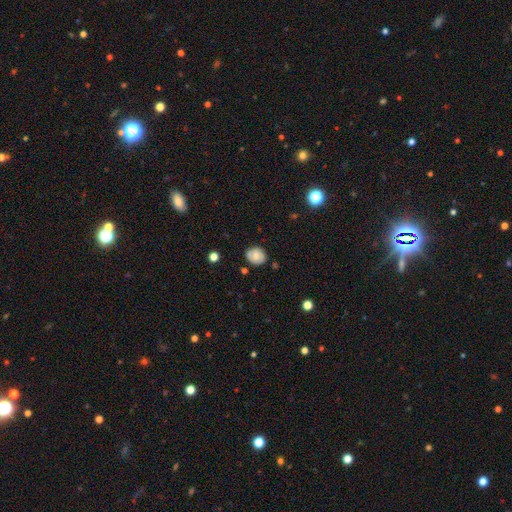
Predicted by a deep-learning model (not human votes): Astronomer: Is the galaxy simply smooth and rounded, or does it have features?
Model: smooth — 70%.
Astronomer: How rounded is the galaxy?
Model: round — 65%.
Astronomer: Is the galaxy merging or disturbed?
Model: none — 77%.